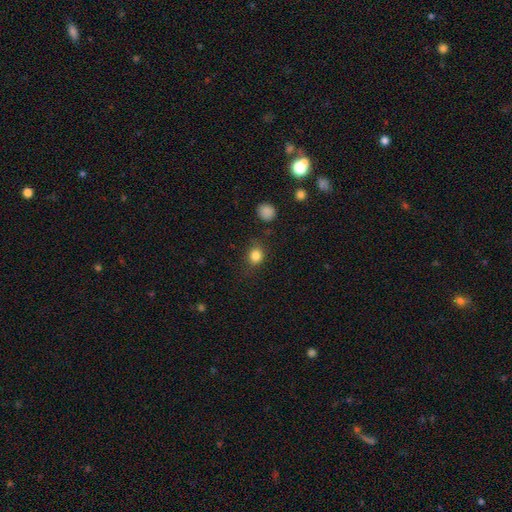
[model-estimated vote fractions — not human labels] The model was most divided on "how rounded": round: 70%, in between: 28%, cigar-shaped: 1%. More confident: smooth or featured — smooth (83%); merging — none (79%).